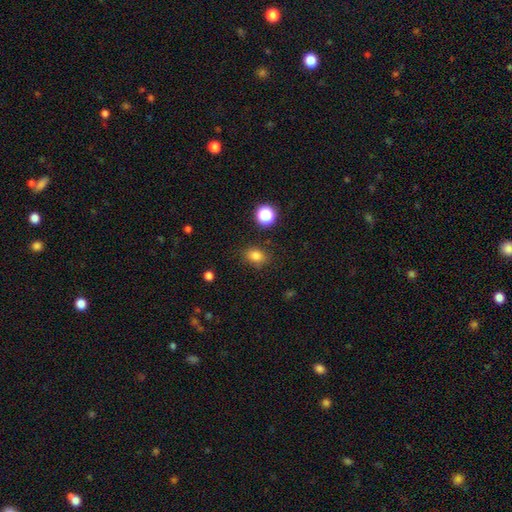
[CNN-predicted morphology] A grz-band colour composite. It shows a smooth galaxy with no disk features (81%) that is in between round and cigar-shaped (64%). Merging: none (81%).